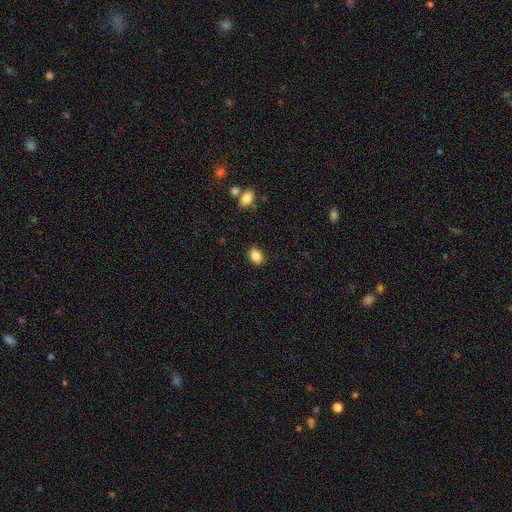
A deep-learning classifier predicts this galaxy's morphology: The model was most divided on "how rounded": in between: 83%, round: 16%, cigar-shaped: 1%. More confident: merging — none (88%); smooth or featured — smooth (87%).